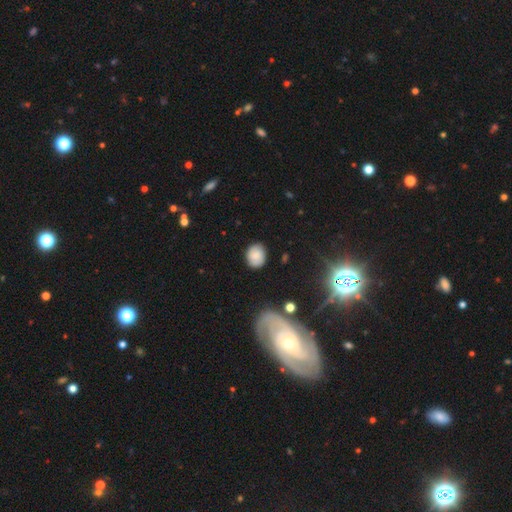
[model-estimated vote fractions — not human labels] smooth-or-featured: smooth: 79% | featured or disk: 12% | star or artifact: 9%
  how-rounded: round: 55% | in between: 44% | cigar-shaped: 1%
  merging: none: 81% | minor disturbance: 14% | major disturbance: 3% | merger: 2%